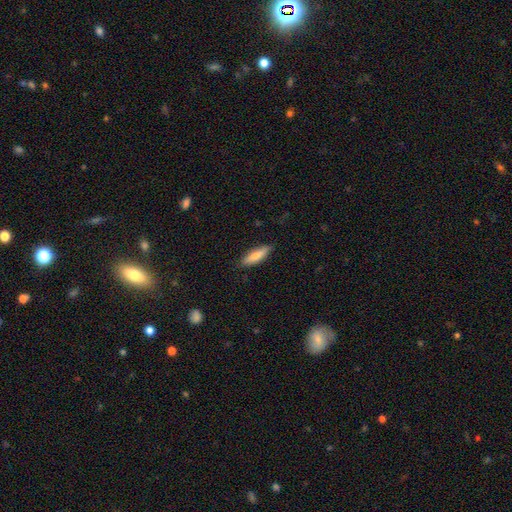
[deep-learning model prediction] Smooth or featured: smooth — 73% (featured or disk — 22%)
How rounded: cigar-shaped — 62% (in between — 36%)
Merging: none — 86% (minor disturbance — 11%)